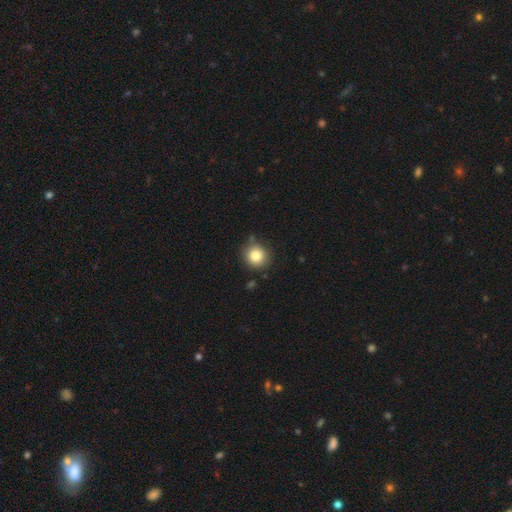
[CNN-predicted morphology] Smooth or featured? smooth (83%)
How rounded? round (90%)
Merging? none (81%)